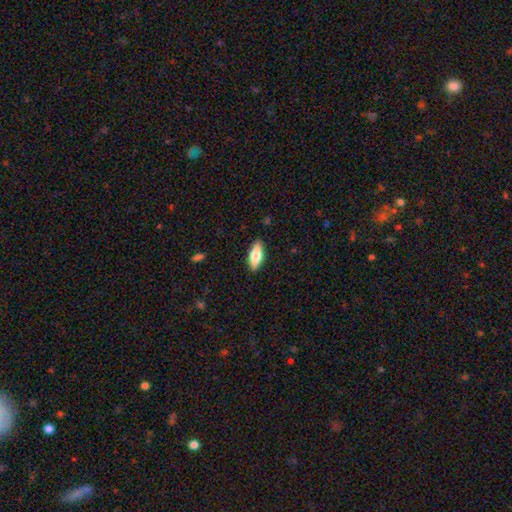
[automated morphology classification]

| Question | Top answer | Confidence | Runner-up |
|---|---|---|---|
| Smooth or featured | smooth | 70% | featured or disk (24%) |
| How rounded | in between | 75% | cigar-shaped (23%) |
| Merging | none | 88% | minor disturbance (9%) |